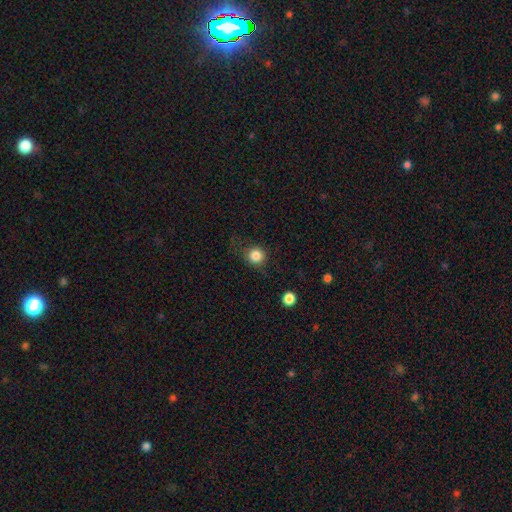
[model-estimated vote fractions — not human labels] Morphology: type=smooth (83%); roundness=round (91%); merging=none (80%).